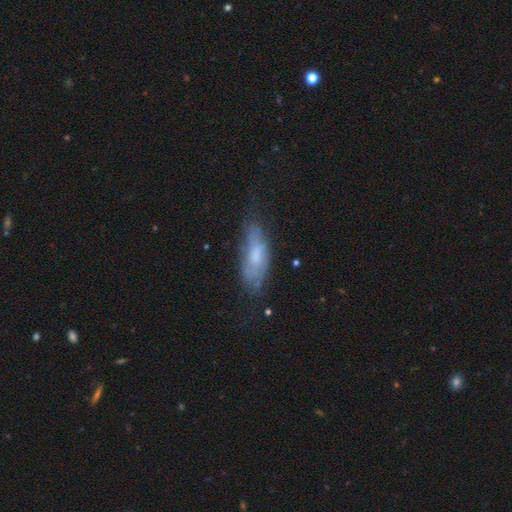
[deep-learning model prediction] Q: Smooth or featured?
A: smooth (52%); runner-up: featured or disk (40%)
Q: How rounded?
A: in between (67%); runner-up: cigar-shaped (31%)
Q: Merging?
A: none (49%); runner-up: minor disturbance (31%)